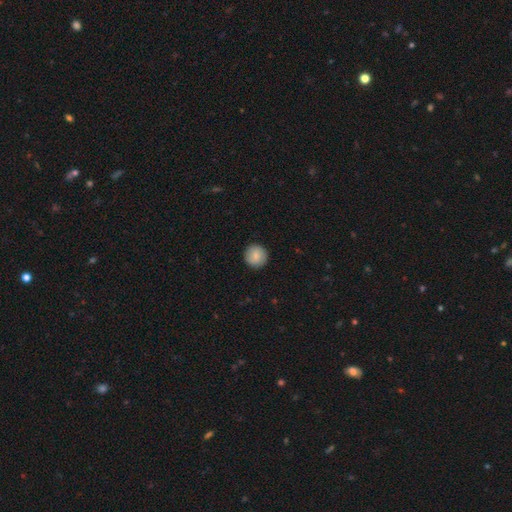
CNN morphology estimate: This is clearly a smooth galaxy (84%). How rounded: clearly round (95%). Merging: clearly none (92%).